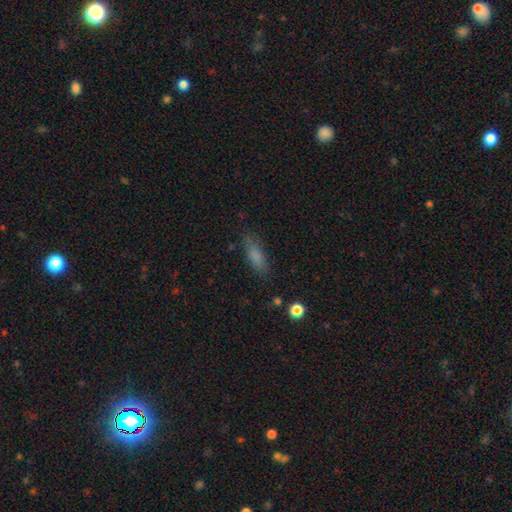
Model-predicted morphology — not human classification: Smooth or featured?
  - smooth: 78% *
  - featured or disk: 12%
  - star or artifact: 10%
How rounded?
  - in between: 53% *
  - cigar-shaped: 45%
  - round: 3%
Merging?
  - none: 79% *
  - minor disturbance: 15%
  - major disturbance: 4%
  - merger: 2%